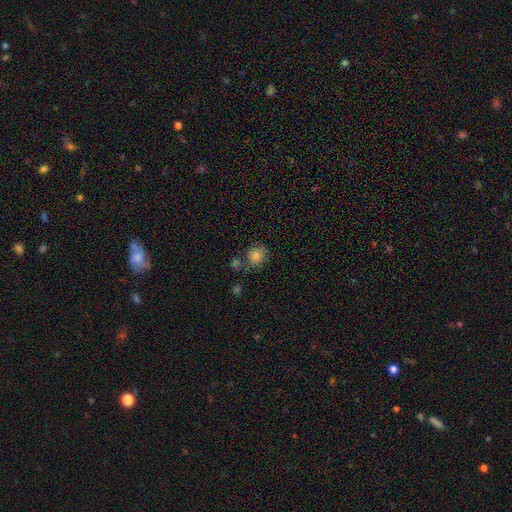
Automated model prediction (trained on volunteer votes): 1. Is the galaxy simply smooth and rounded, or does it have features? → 78% smooth, 13% star or artifact, 9% featured or disk.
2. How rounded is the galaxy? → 76% round, 23% in between, 1% cigar-shaped.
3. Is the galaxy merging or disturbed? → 69% none, 14% minor disturbance, 13% merger, 4% major disturbance.